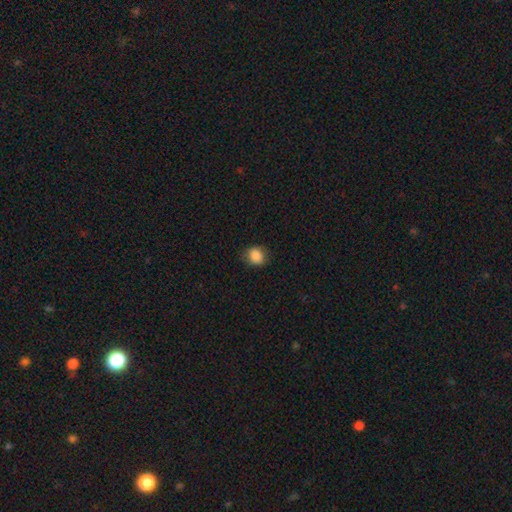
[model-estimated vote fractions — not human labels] The model was most divided on "how rounded": round: 69%, in between: 30%, cigar-shaped: 1%. More confident: smooth or featured — smooth (87%); merging — none (80%).